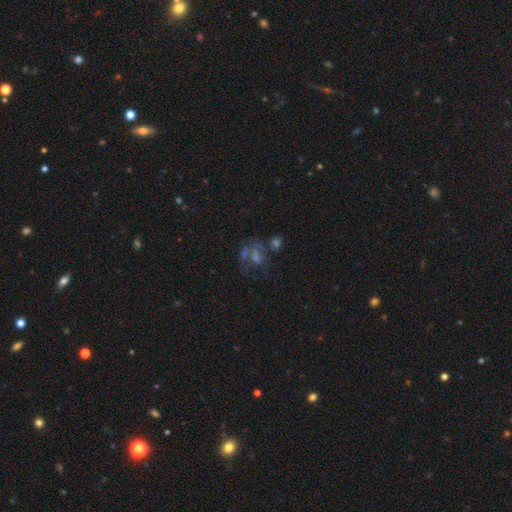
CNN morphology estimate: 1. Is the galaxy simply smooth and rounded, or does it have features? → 44% featured or disk, 32% star or artifact, 24% smooth.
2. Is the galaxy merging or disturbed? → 38% none, 25% major disturbance, 23% merger, 14% minor disturbance.